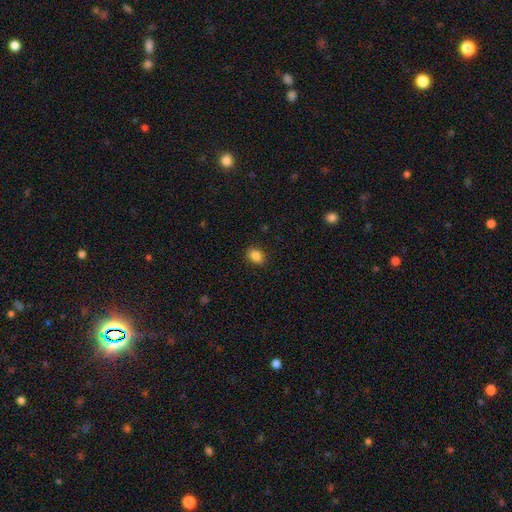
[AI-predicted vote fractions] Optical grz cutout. It shows a smooth galaxy with no disk features (86%) that is in between round and cigar-shaped (73%). Merging: none (85%).